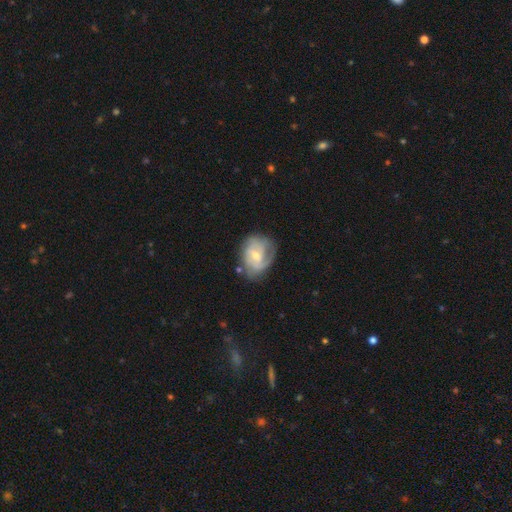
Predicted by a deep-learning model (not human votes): A featured or disk galaxy (72%) with a weak bar (48%), 2 (42%) tight (43%) spiral arms (88%) and a small central bulge (53%). Merging: none (59%).